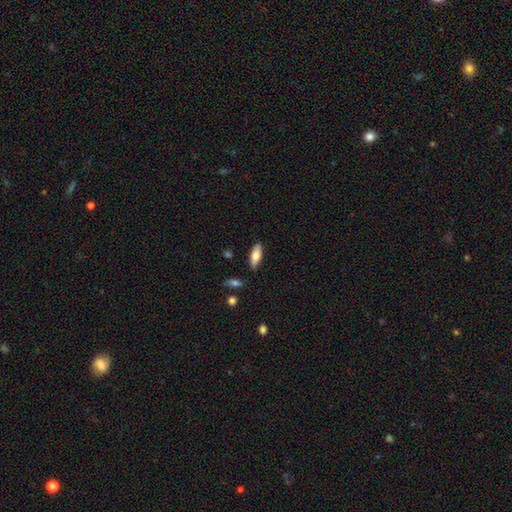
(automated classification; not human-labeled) Smooth or featured? Predicted: smooth (p=0.73). How rounded? Predicted: in between (p=0.71). Merging? Predicted: none (p=0.85).